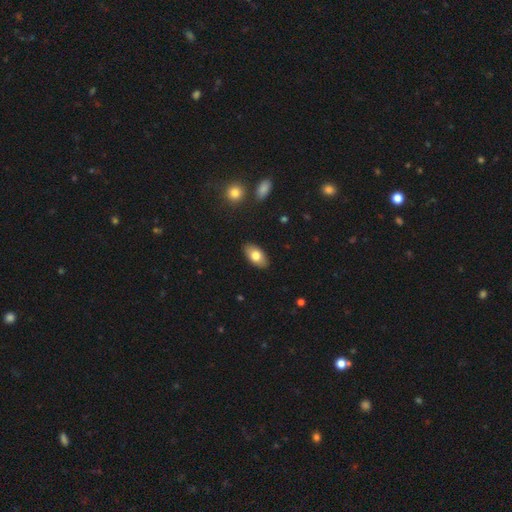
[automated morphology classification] This appears to be a smooth galaxy with no disk features (76%) that is in between round and cigar-shaped (93%). Merging: none (88%).